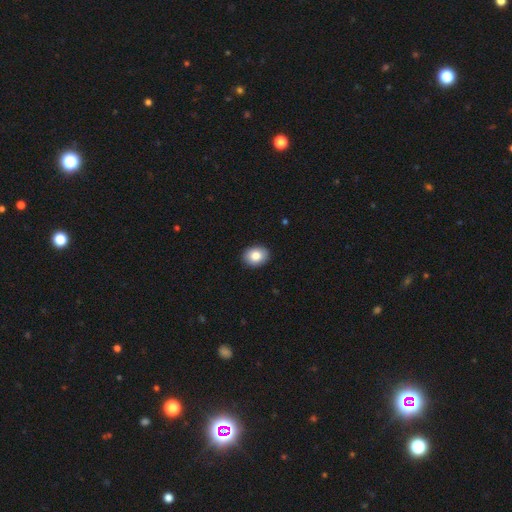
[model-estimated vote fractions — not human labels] Overall: smooth (85%). How rounded: in between (61%; round 39%). Merging: none (90%).